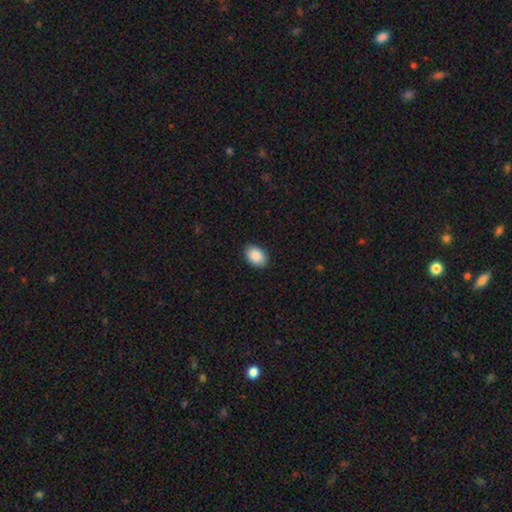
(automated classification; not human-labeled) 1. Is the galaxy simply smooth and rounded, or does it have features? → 90% smooth, 7% star or artifact, 3% featured or disk.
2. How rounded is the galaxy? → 84% in between, 15% round, 1% cigar-shaped.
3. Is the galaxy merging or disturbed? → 90% none, 7% minor disturbance, 2% major disturbance, 1% merger.